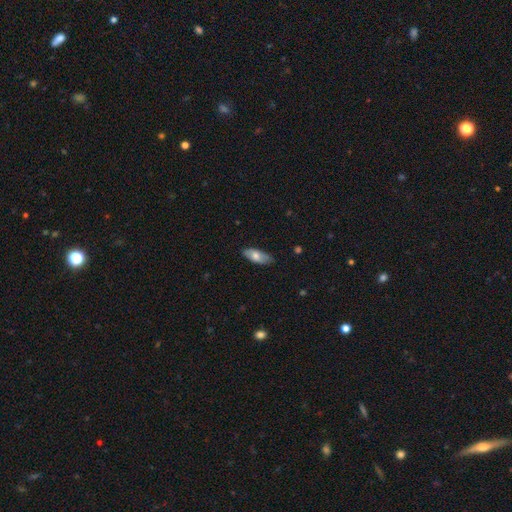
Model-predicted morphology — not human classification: A smooth galaxy with no disk features (69%) that is in between round and cigar-shaped (82%).

Vote fractions:
- Smooth or featured? smooth: 69% / featured or disk: 25% / star or artifact: 6%
- How rounded? in between: 82% / cigar-shaped: 16% / round: 2%
- Merging? none: 82% / minor disturbance: 15% / major disturbance: 2% / merger: 1%